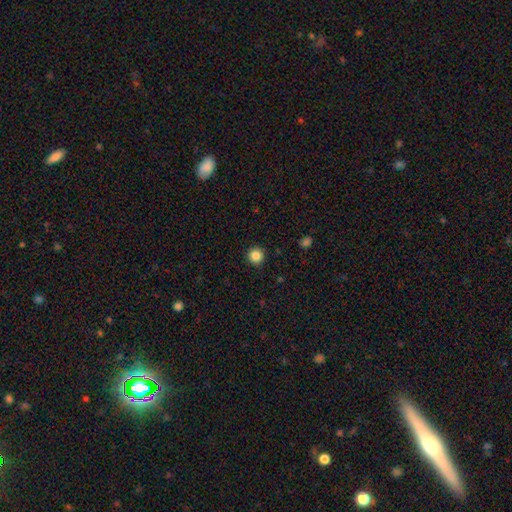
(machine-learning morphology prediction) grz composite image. It shows a smooth galaxy with no disk features (86%) that is round (95%). Merging: none (92%).